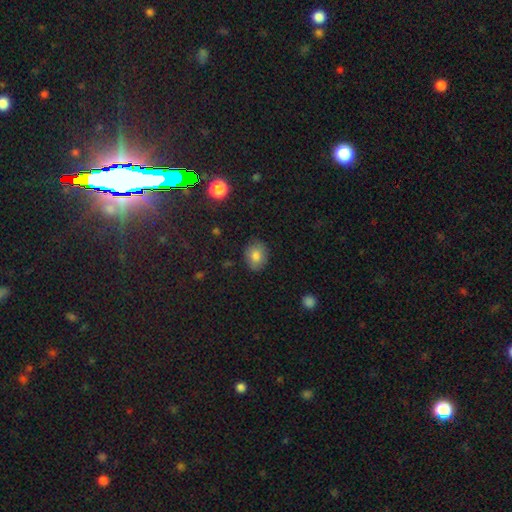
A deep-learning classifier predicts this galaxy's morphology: A smooth galaxy with no disk features (81%) that is round (50%).

Vote fractions:
- Smooth or featured? smooth: 81% / featured or disk: 9% / star or artifact: 9%
- How rounded? round: 50% / in between: 49% / cigar-shaped: 1%
- Merging? none: 83% / minor disturbance: 13% / major disturbance: 3% / merger: 1%